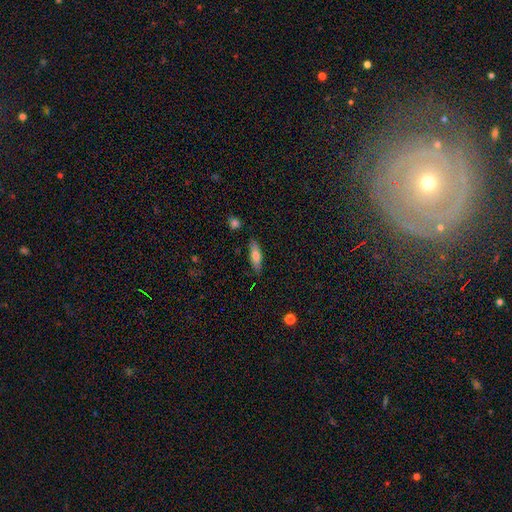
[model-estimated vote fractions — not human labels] smooth 70%, featured or disk 23%, star or artifact 7%. Down the decision tree: how rounded — cigar-shaped (56%); merging — none (85%).